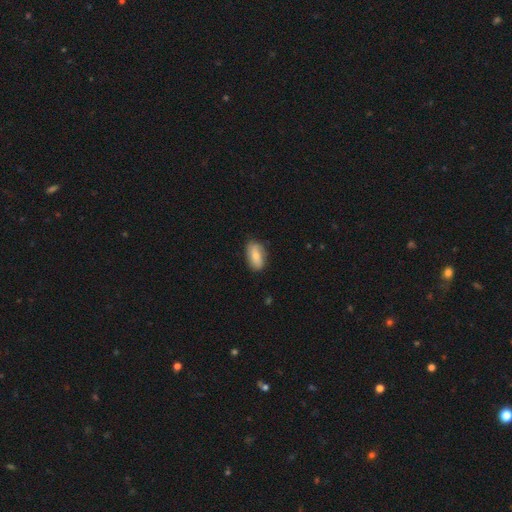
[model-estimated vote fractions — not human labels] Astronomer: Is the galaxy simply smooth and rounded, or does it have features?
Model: smooth — 71%.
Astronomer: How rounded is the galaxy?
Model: in between — 90%.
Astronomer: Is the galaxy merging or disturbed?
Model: none — 78%.